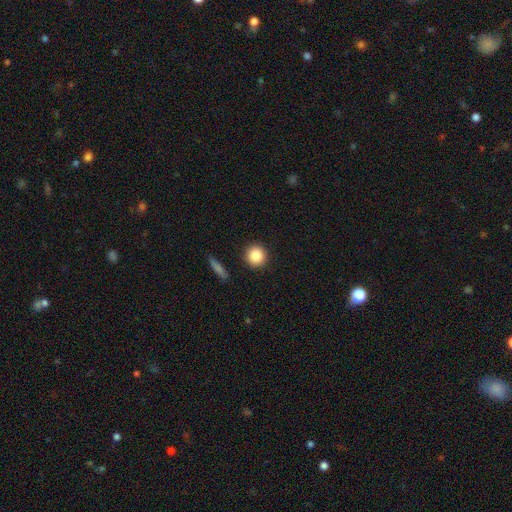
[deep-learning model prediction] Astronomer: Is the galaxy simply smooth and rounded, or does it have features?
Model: smooth — 86%.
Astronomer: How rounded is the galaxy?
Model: round — 93%.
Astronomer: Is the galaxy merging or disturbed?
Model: none — 91%.